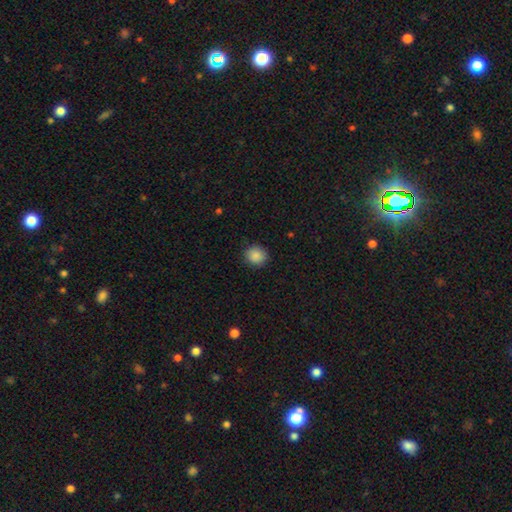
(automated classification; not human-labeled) A smooth galaxy with no disk features (88%) that is round (87%). Merging: none (89%).